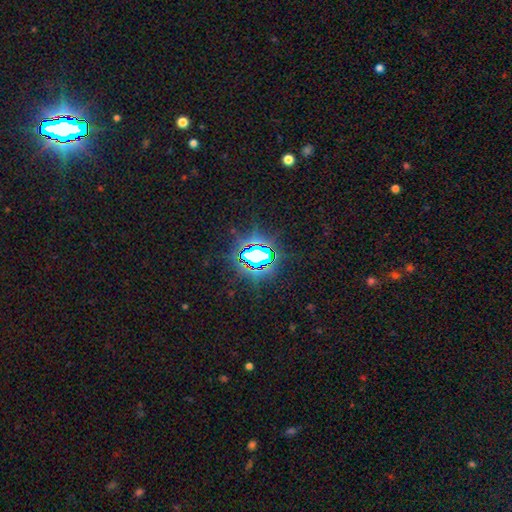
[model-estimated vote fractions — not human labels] Overall: star or artifact (83%).